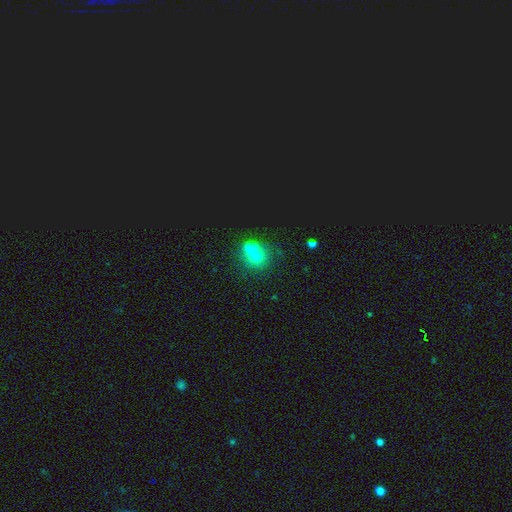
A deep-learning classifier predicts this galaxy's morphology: This appears to be a smooth galaxy with no disk features (62%) that is round (79%). Merging: merger (46%).